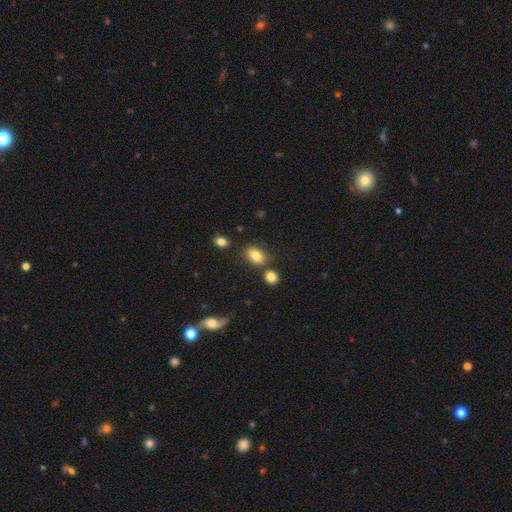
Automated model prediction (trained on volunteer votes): Overall: smooth (84%). How rounded: in between (79%). Merging: none (70%).